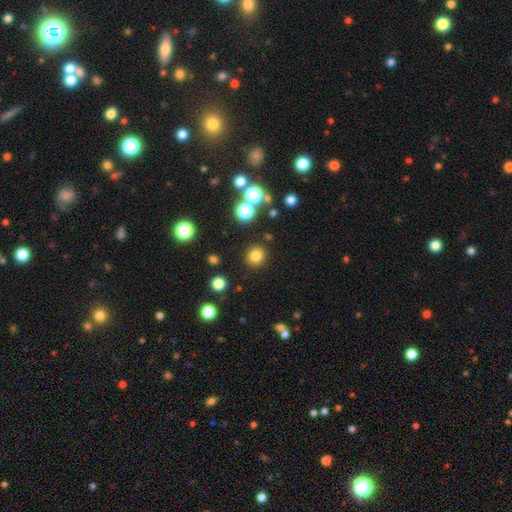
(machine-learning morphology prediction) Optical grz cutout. It shows a smooth galaxy with no disk features (79%) that is round (90%). Merging: none (89%).